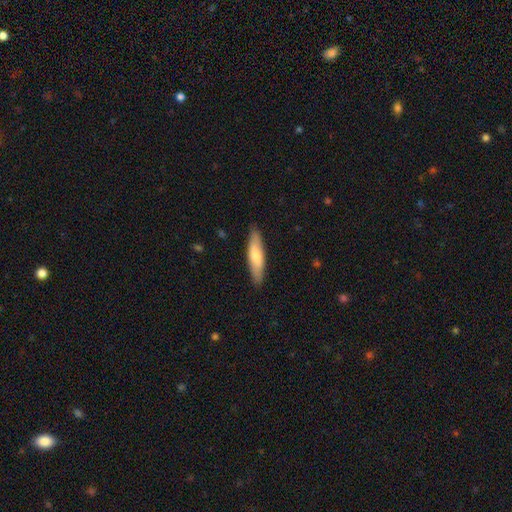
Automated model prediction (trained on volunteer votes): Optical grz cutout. It shows a smooth galaxy with no disk features (67%) that is cigar-shaped (77%). Merging: none (88%).